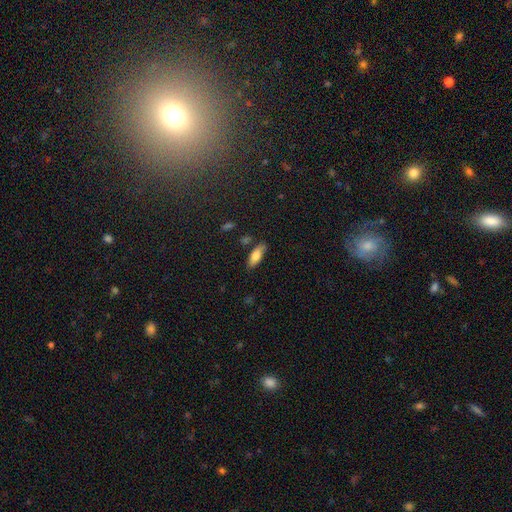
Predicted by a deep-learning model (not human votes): Smooth or featured?
  - smooth: 76% *
  - featured or disk: 17%
  - star or artifact: 7%
How rounded?
  - in between: 73% *
  - cigar-shaped: 25%
  - round: 2%
Merging?
  - none: 76% *
  - minor disturbance: 16%
  - merger: 4%
  - major disturbance: 3%